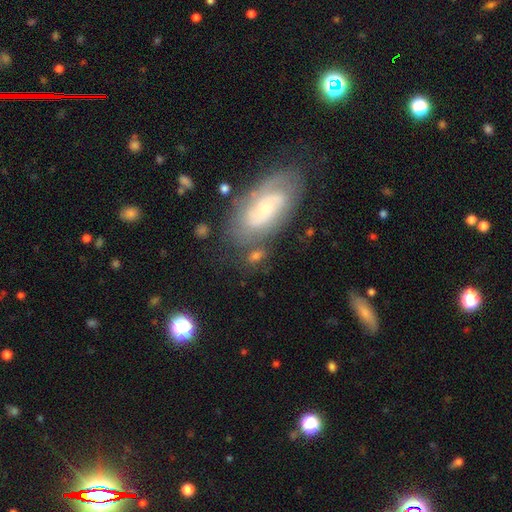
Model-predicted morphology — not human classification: This is possibly a featured or disk galaxy (56%). It is clearly not viewed edge-on (91%). Bar: likely no (61%). Spiral arm pattern: clearly yes (81%). Central bulge: likely small (61%). Merging: possibly none (60%).